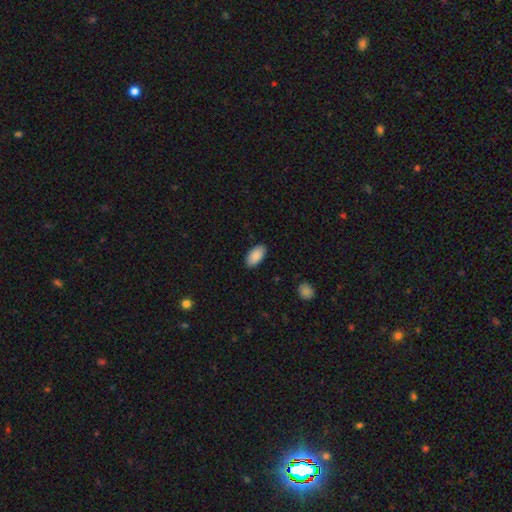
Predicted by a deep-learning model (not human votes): A smooth galaxy with no disk features (90%) that is in between round and cigar-shaped (95%).

Vote fractions:
- Smooth or featured? smooth: 90% / star or artifact: 6% / featured or disk: 4%
- How rounded? in between: 95% / cigar-shaped: 2% / round: 2%
- Merging? none: 87% / minor disturbance: 10% / major disturbance: 2% / merger: 1%